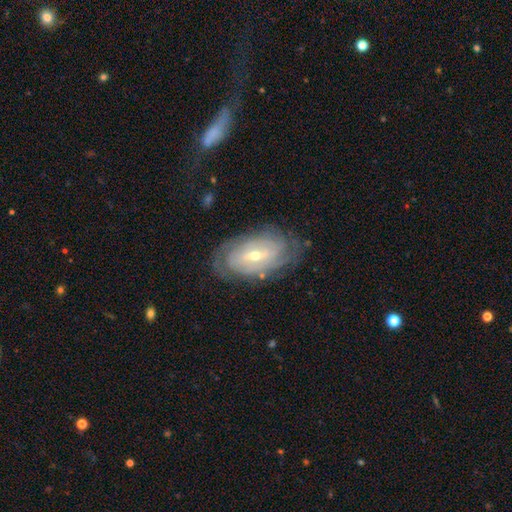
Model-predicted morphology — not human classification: A featured or disk galaxy (80%) with a weak bar (43%), tight (73%) spiral arms (87%) and a small central bulge (51%). Merging: none (76%).